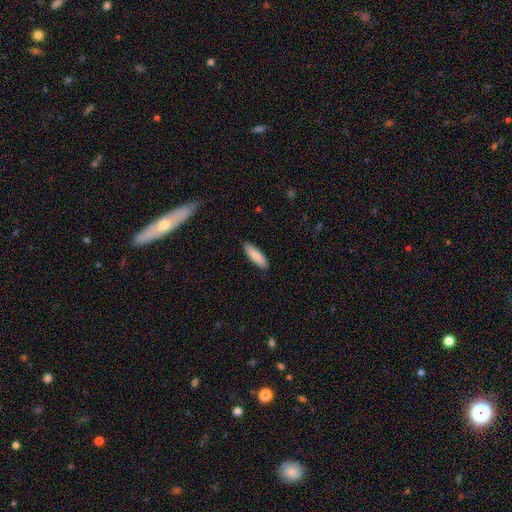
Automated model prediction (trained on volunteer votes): Q: Smooth or featured?
A: smooth (86%); runner-up: featured or disk (9%)
Q: How rounded?
A: cigar-shaped (54%); runner-up: in between (45%)
Q: Merging?
A: none (89%); runner-up: minor disturbance (8%)